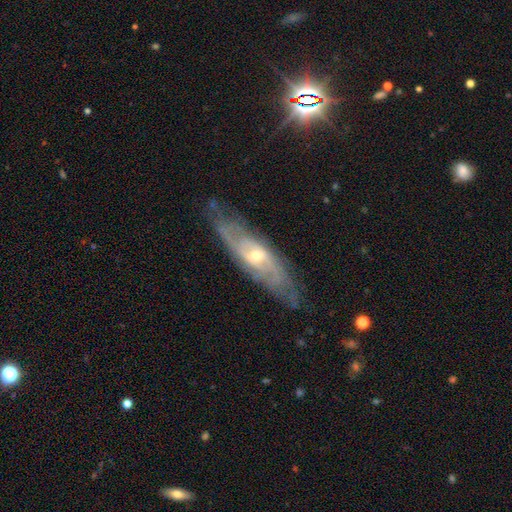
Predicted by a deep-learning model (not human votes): Q: Smooth or featured?
A: featured or disk (82%); runner-up: smooth (11%)
Q: Edge-on disk?
A: no (77%); runner-up: yes (23%)
Q: Bar?
A: no (53%); runner-up: weak (38%)
Q: Spiral arms?
A: yes (91%); runner-up: no (9%)
Q: Spiral winding?
A: tight (50%); runner-up: medium (37%)
Q: Spiral arm count?
A: can't tell (42%); runner-up: 2 (37%)
Q: Bulge size?
A: small (55%); runner-up: moderate (42%)
Q: Merging?
A: none (76%); runner-up: minor disturbance (18%)